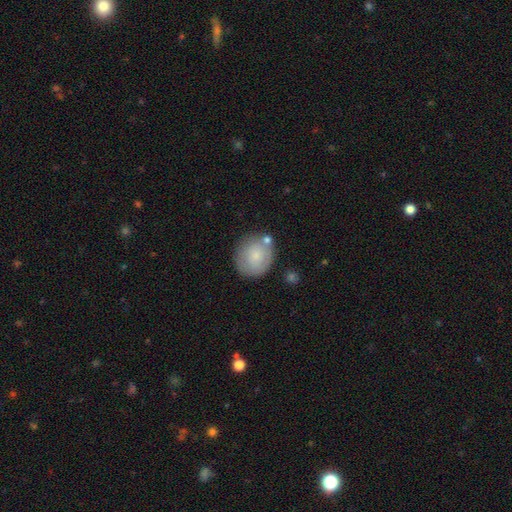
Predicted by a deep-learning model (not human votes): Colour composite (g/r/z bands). It shows a smooth galaxy with no disk features (76%) that is round (77%). Merging: none (70%).